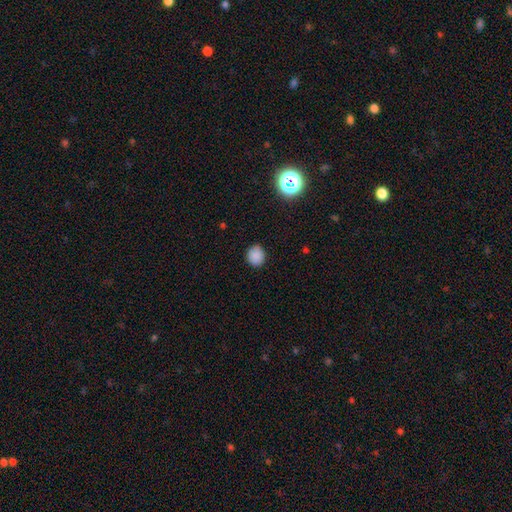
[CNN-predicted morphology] This appears to be a smooth galaxy with no disk features (86%) that is round (82%). Merging: none (89%).